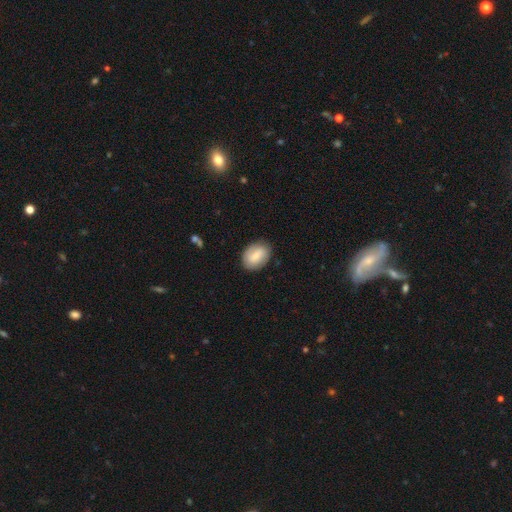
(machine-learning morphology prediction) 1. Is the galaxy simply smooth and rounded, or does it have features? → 73% smooth, 20% featured or disk, 7% star or artifact.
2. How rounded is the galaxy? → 80% in between, 18% round, 1% cigar-shaped.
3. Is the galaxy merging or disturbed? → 83% none, 12% minor disturbance, 3% major disturbance, 1% merger.